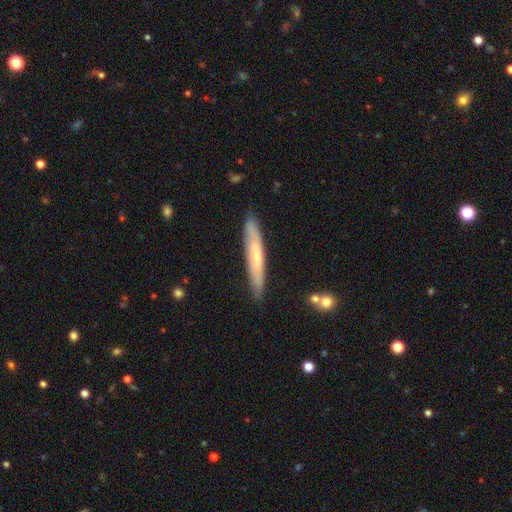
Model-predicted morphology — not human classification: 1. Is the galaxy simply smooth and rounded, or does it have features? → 50% smooth, 44% featured or disk, 6% star or artifact.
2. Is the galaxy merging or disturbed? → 85% none, 11% minor disturbance, 2% major disturbance, 2% merger.